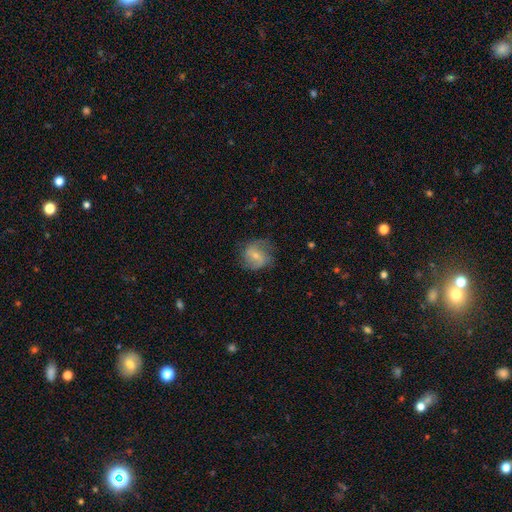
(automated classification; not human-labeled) Smooth or featured? featured or disk (58%)
Edge-on disk? no (97%)
Bar? weak (49%)
Spiral arms? yes (84%)
Bulge size? small (59%)
Merging? none (68%)